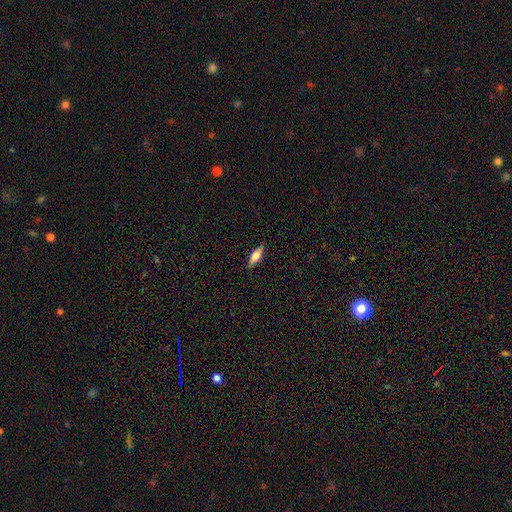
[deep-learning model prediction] Smooth or featured? Predicted: smooth (p=0.63). How rounded? Predicted: in between (p=0.61). Merging? Predicted: none (p=0.87).